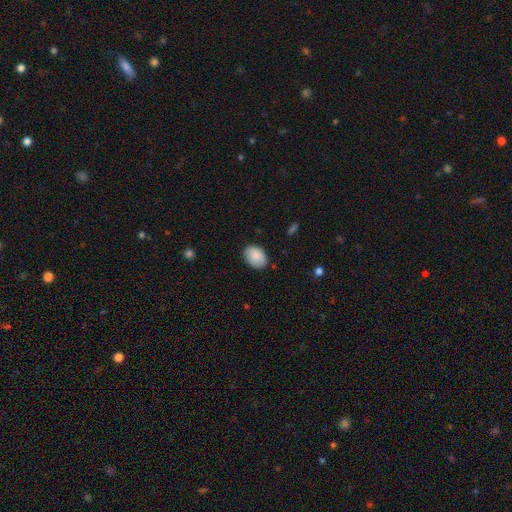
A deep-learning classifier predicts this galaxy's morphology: Smooth or featured?
  - smooth: 87% *
  - star or artifact: 7%
  - featured or disk: 7%
How rounded?
  - in between: 77% *
  - round: 22%
  - cigar-shaped: 1%
Merging?
  - none: 83% *
  - minor disturbance: 13%
  - major disturbance: 2%
  - merger: 1%